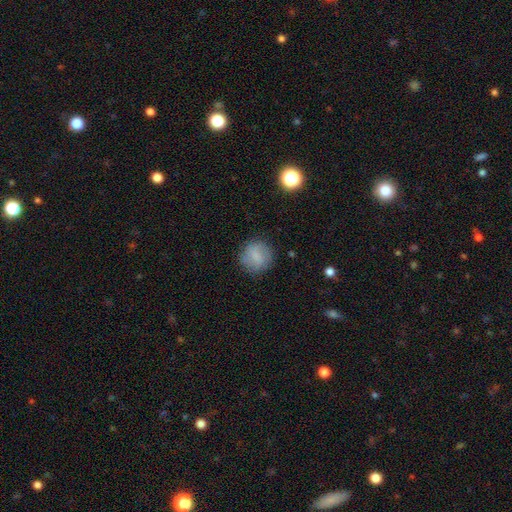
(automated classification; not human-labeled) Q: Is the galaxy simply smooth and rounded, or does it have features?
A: smooth — 77%.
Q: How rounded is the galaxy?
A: round — 90%.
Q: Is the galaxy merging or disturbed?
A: none — 81%.